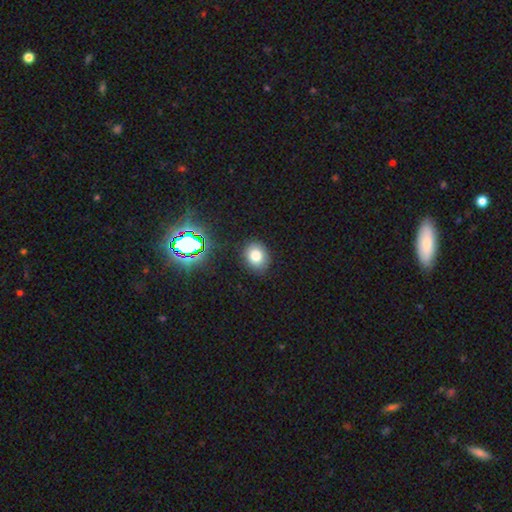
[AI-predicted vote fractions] This is likely a smooth galaxy (77%). How rounded: possibly round (57%). Merging: clearly none (86%).